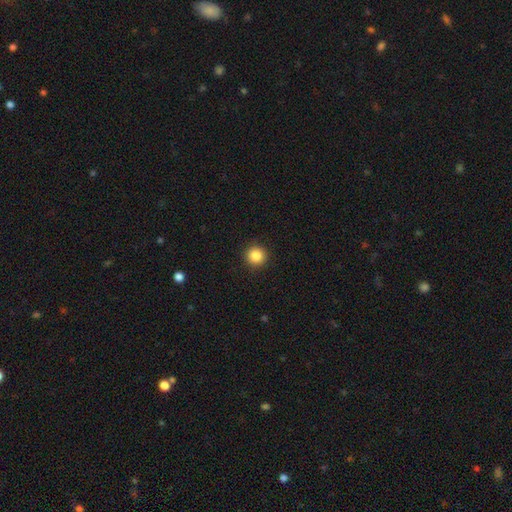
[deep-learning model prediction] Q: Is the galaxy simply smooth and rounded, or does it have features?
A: smooth — 86%.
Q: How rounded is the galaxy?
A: round — 95%.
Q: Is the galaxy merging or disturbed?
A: none — 92%.